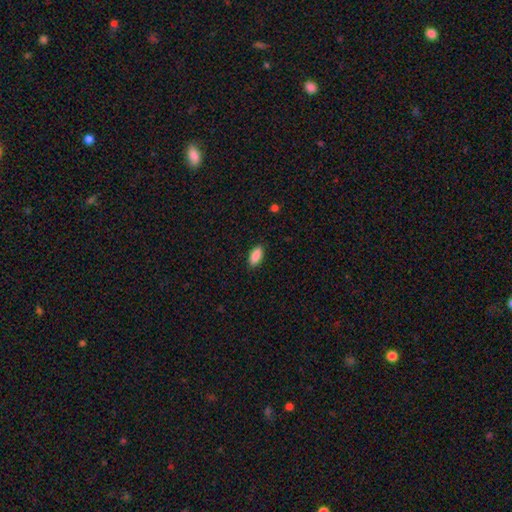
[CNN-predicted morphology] type=smooth (90%); roundness=in between (87%); merging=none (89%).